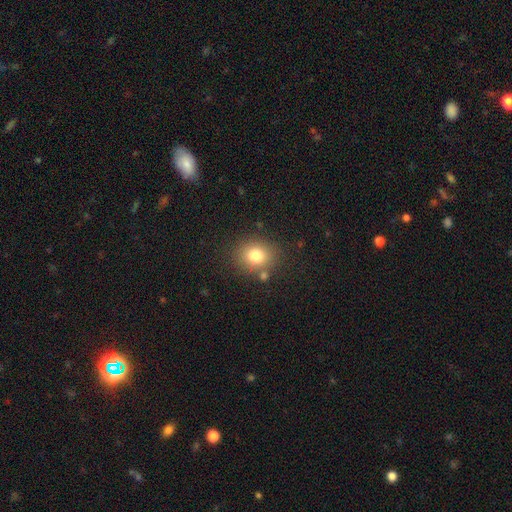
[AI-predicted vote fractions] Q: Smooth or featured?
A: smooth (80%); runner-up: star or artifact (12%)
Q: How rounded?
A: round (67%); runner-up: in between (33%)
Q: Merging?
A: none (79%); runner-up: minor disturbance (11%)